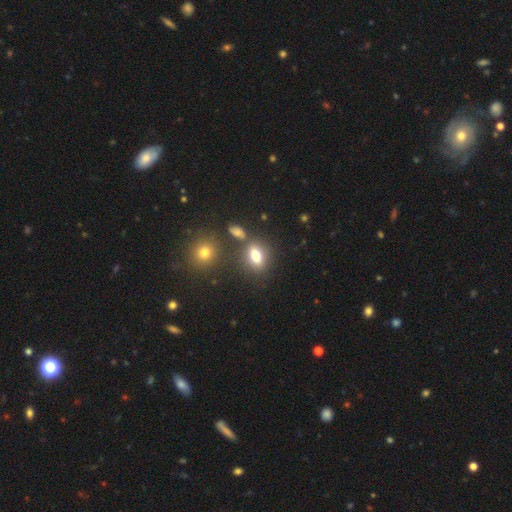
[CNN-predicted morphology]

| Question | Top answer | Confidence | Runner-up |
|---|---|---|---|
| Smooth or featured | smooth | 74% | featured or disk (14%) |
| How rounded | in between | 73% | round (21%) |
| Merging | none | 69% | merger (15%) |